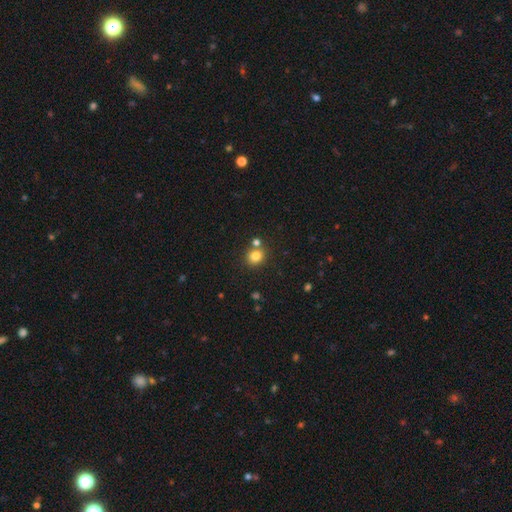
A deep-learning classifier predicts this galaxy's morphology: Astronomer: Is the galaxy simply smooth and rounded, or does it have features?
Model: smooth — 81%.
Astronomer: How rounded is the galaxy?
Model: round — 81%.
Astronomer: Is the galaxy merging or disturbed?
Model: none — 72%.